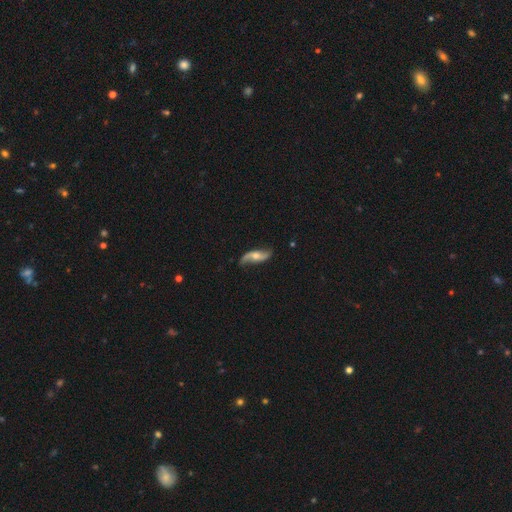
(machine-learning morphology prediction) This is clearly a featured or disk galaxy (81%). It is clearly not viewed edge-on (90%). Bar: possibly no (59%). Spiral arm pattern: clearly yes (95%). Spiral arm count: clearly 2 (92%). Spiral winding: clearly loose (86%). Central bulge: possibly moderate (59%). Merging: likely none (76%).